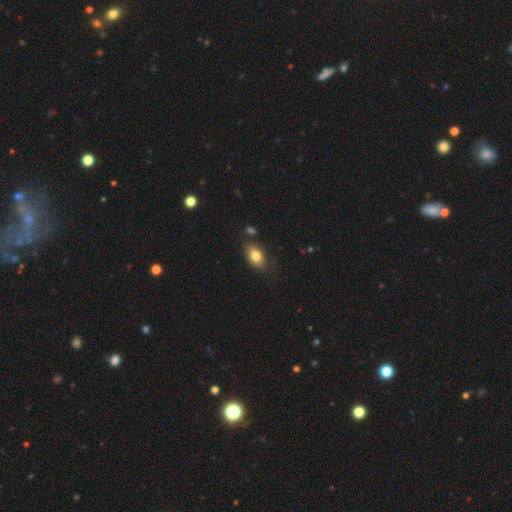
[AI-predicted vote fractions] Smooth or featured?
  - smooth: 81% *
  - featured or disk: 11%
  - star or artifact: 8%
How rounded?
  - in between: 86% *
  - round: 11%
  - cigar-shaped: 2%
Merging?
  - none: 74% *
  - minor disturbance: 17%
  - major disturbance: 4%
  - merger: 4%